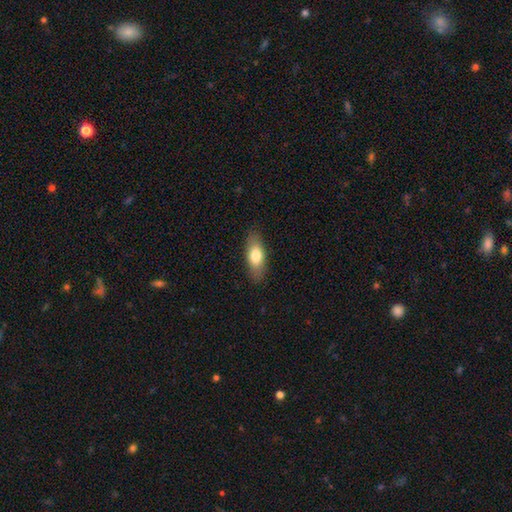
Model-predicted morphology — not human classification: Smooth or featured?
  - smooth: 75% *
  - featured or disk: 18%
  - star or artifact: 6%
How rounded?
  - in between: 74% *
  - cigar-shaped: 22%
  - round: 4%
Merging?
  - none: 86% *
  - minor disturbance: 11%
  - major disturbance: 3%
  - merger: 1%